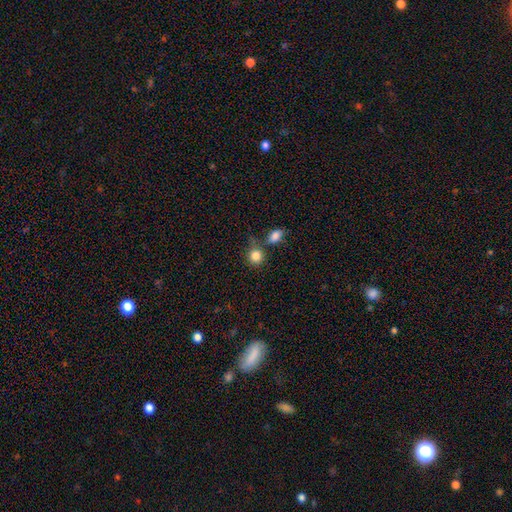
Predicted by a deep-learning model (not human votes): Overall: smooth (84%). How rounded: round (83%). Merging: none (60%; merger 23%).